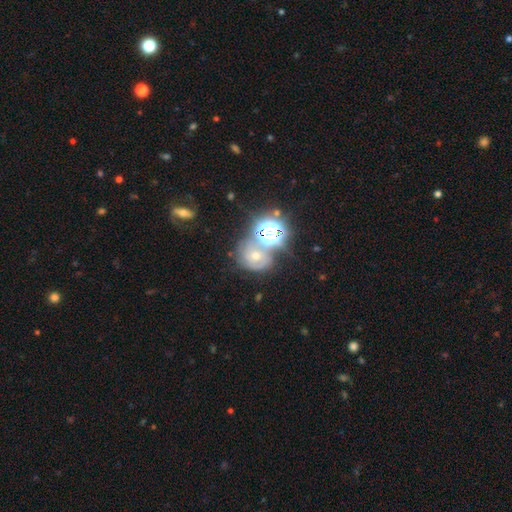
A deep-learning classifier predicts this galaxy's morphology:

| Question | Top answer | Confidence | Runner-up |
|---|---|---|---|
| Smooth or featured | star or artifact | 42% | featured or disk (31%) |